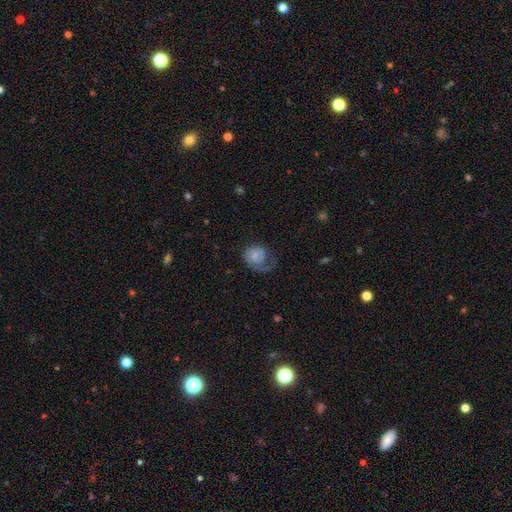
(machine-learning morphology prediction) A smooth galaxy with no disk features (53%) that is round (54%).

Vote fractions:
- Smooth or featured? smooth: 53% / featured or disk: 38% / star or artifact: 8%
- How rounded? round: 54% / in between: 45% / cigar-shaped: 1%
- Merging? major disturbance: 44% / none: 30% / minor disturbance: 24% / merger: 2%